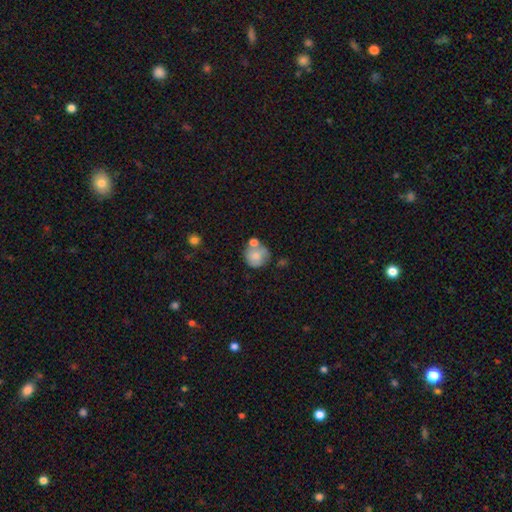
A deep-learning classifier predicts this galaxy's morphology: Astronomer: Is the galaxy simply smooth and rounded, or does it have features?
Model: smooth — 73%.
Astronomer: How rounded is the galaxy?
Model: round — 85%.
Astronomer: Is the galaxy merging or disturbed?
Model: none — 48% (runner-up: merger, 26%).